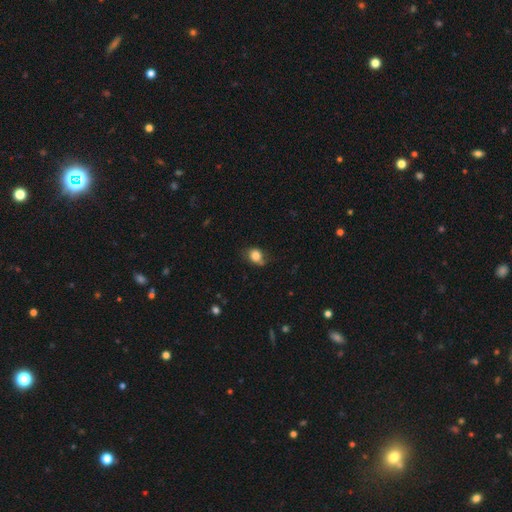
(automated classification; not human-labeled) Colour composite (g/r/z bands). It shows a smooth galaxy with no disk features (78%) that is in between round and cigar-shaped (51%). Merging: none (56%).